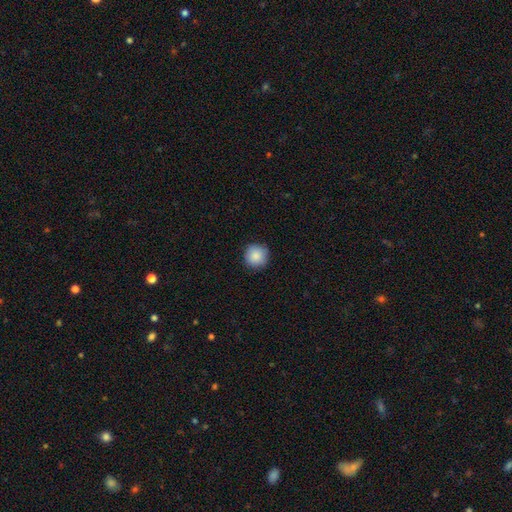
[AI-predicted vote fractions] Overall: smooth (88%). How rounded: round (95%). Merging: none (89%).